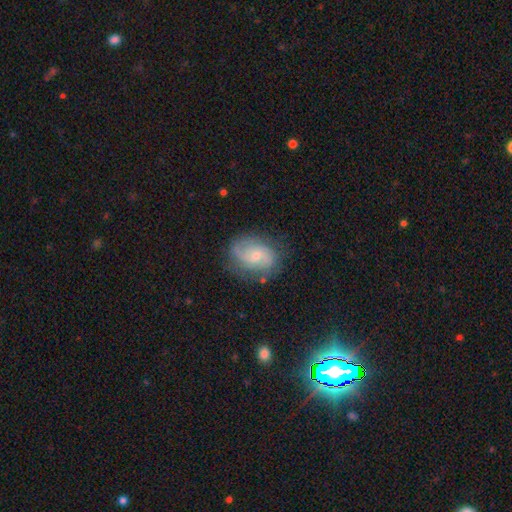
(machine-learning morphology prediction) A featured or disk galaxy (71%) with no bar (55%), 2 (74%) medium (46%) spiral arms (92%) and a small central bulge (59%).

Vote fractions:
- Smooth or featured? featured or disk: 71% / smooth: 22% / star or artifact: 7%
- Edge-on disk? no: 97% / yes: 3%
- Bar? no: 55% / weak: 39% / strong: 6%
- Spiral arms? yes: 92% / no: 8%
- Spiral winding? medium: 46% / loose: 29% / tight: 25%
- Spiral arm count? 2: 74% / can't tell: 13% / 3: 5% / 1: 4% / 4: 2% / more than 4: 2%
- Bulge size? small: 59% / moderate: 35% / none: 3% / large: 2% / dominant: 1%
- Merging? none: 72% / minor disturbance: 19% / major disturbance: 8% / merger: 2%